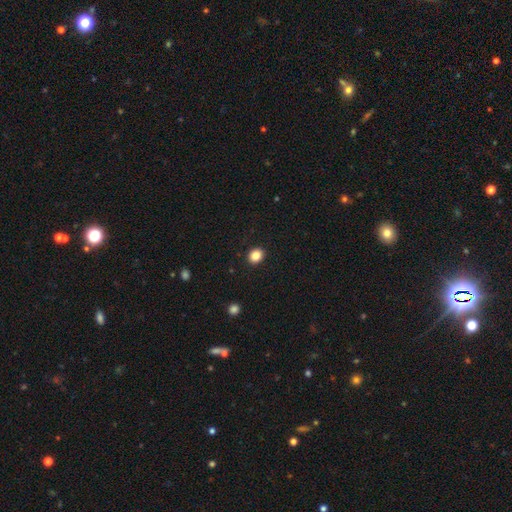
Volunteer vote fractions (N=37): Volunteers were most divided on "how rounded": round: 56%, in between: 44%, cigar-shaped: 0%. More confident: merging — none (97%); smooth or featured — smooth (92%).